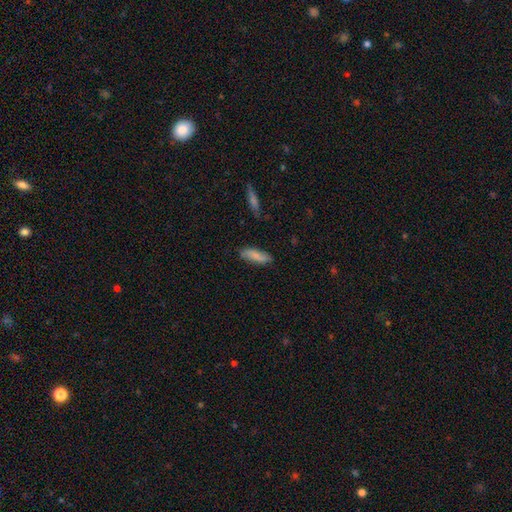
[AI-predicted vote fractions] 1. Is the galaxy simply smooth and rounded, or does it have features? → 79% smooth, 15% featured or disk, 6% star or artifact.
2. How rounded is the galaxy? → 58% in between, 40% cigar-shaped, 2% round.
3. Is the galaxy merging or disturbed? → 79% none, 16% minor disturbance, 3% major disturbance, 2% merger.